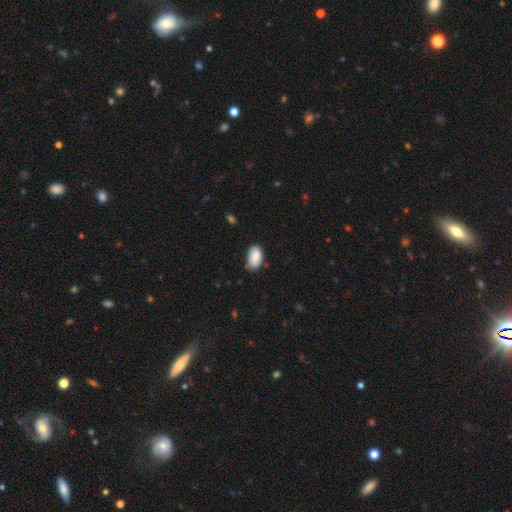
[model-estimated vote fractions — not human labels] smooth 81%, featured or disk 12%, star or artifact 7%. Down the decision tree: how rounded — in between (93%); merging — none (74%).